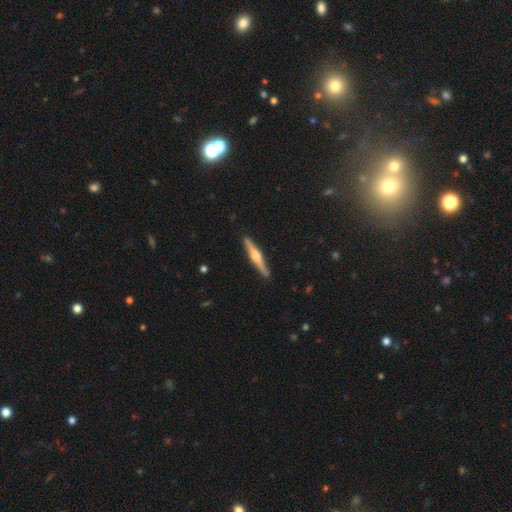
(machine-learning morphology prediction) Overall: featured or disk (72%). Edge-on disk: yes (98%). Edge-on bulge: rounded (88%). Merging: none (91%).